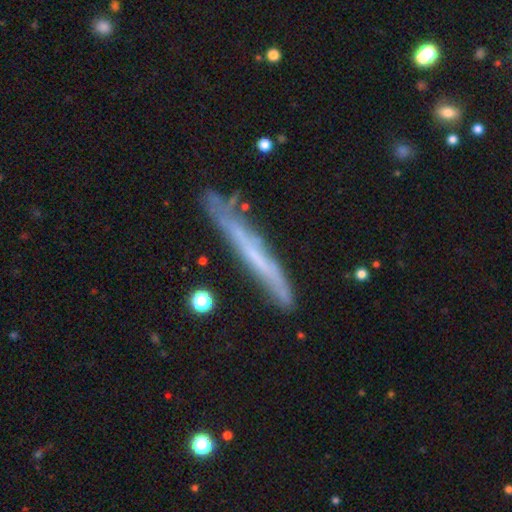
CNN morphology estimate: A featured or disk galaxy (57%) viewed edge-on (86%).

Vote fractions:
- Smooth or featured? featured or disk: 57% / smooth: 36% / star or artifact: 8%
- Edge-on disk? yes: 86% / no: 14%
- Merging? none: 72% / minor disturbance: 20% / major disturbance: 5% / merger: 3%